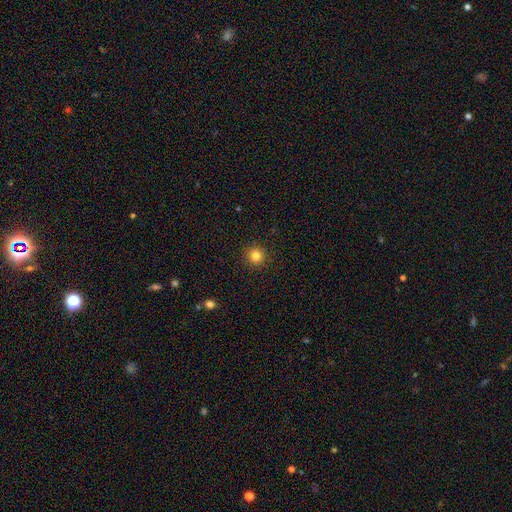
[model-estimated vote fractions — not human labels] This appears to be a smooth galaxy with no disk features (83%) that is round (94%). Merging: none (92%).